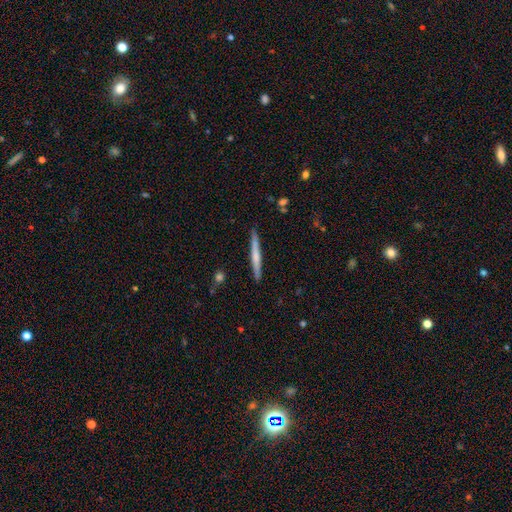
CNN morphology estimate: A smooth galaxy with no disk features (50%) that is cigar-shaped (97%).

Vote fractions:
- Smooth or featured? smooth: 50% / featured or disk: 45% / star or artifact: 5%
- How rounded? cigar-shaped: 97% / in between: 2% / round: 1%
- Merging? none: 89% / minor disturbance: 8% / major disturbance: 1% / merger: 1%